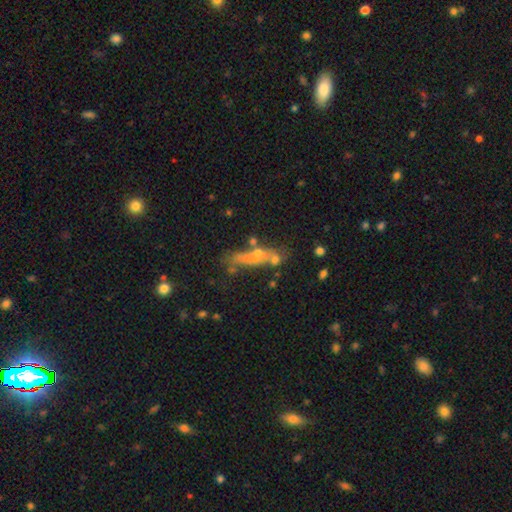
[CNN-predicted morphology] smooth_or_featured: smooth (p=0.50) [alt: featured or disk p=0.37]
how_rounded: cigar-shaped (p=0.66) [alt: in between p=0.28]
merging: none (p=0.47) [alt: merger p=0.20]